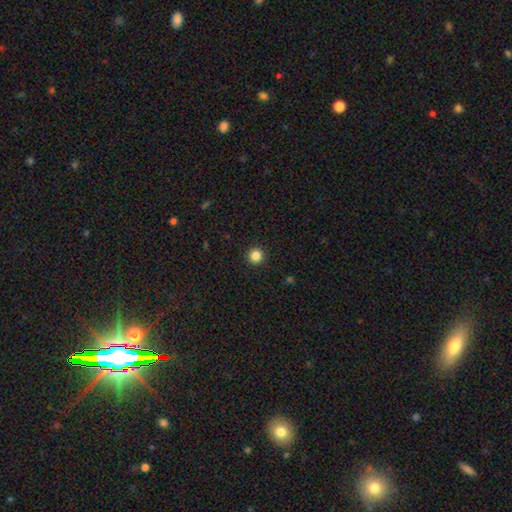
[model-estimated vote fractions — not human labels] Morphology: type=smooth (85%); roundness=round (96%); merging=none (93%).